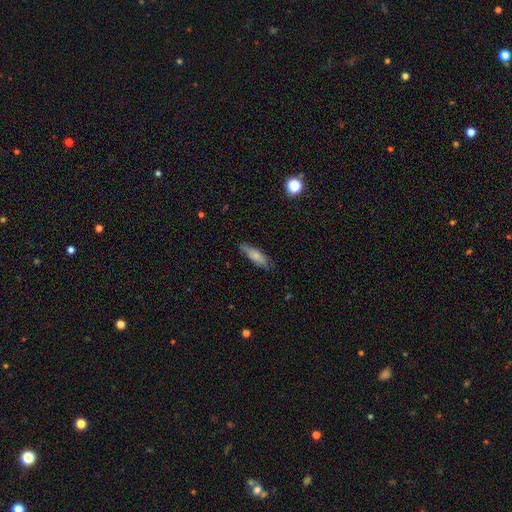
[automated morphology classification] Overall: smooth (75%). How rounded: cigar-shaped (53%; in between 45%). Merging: none (76%).